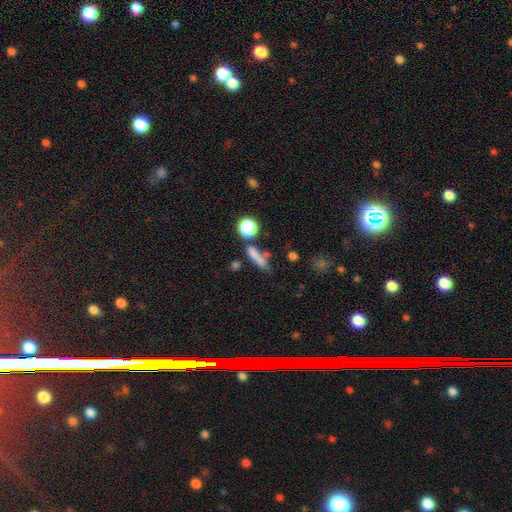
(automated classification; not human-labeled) A smooth galaxy with no disk features (68%) that is cigar-shaped (52%). Merging: none (46%).